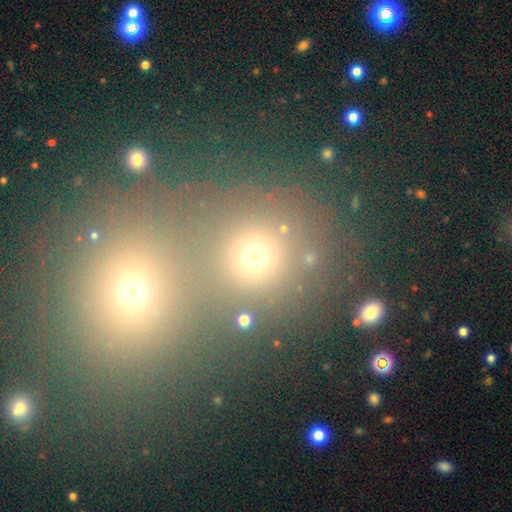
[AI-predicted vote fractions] Smooth or featured: smooth — 67% (star or artifact — 23%)
How rounded: round — 85% (in between — 14%)
Merging: merger — 47% (none — 44%)